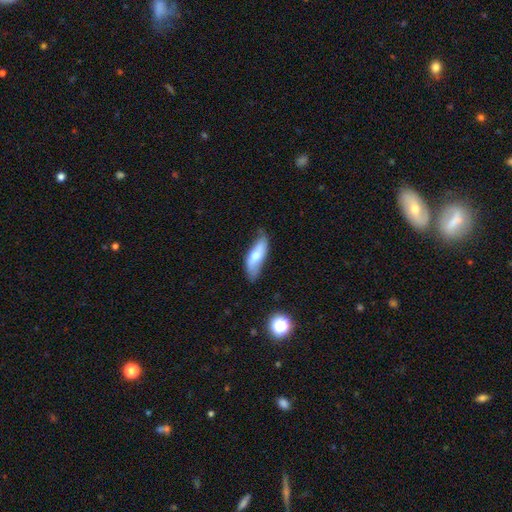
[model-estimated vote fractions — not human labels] A smooth galaxy with no disk features (55%) that is in between round and cigar-shaped (62%).

Vote fractions:
- Smooth or featured? smooth: 55% / featured or disk: 39% / star or artifact: 6%
- How rounded? in between: 62% / cigar-shaped: 35% / round: 3%
- Merging? none: 67% / minor disturbance: 25% / major disturbance: 5% / merger: 2%